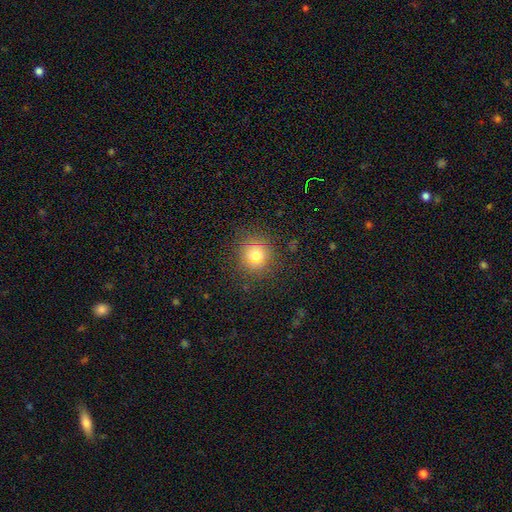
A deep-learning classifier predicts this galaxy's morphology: A smooth galaxy with no disk features (74%) that is round (91%).

Vote fractions:
- Smooth or featured? smooth: 74% / star or artifact: 17% / featured or disk: 9%
- How rounded? round: 91% / in between: 8% / cigar-shaped: 1%
- Merging? none: 86% / minor disturbance: 9% / major disturbance: 3% / merger: 1%